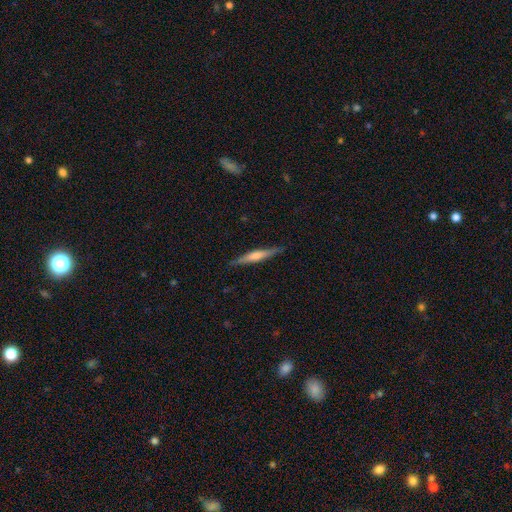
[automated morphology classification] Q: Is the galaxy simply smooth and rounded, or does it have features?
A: featured or disk — 60%.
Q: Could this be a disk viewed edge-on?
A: yes — 97%.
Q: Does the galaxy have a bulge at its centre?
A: rounded — 64%.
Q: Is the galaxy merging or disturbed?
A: none — 89%.